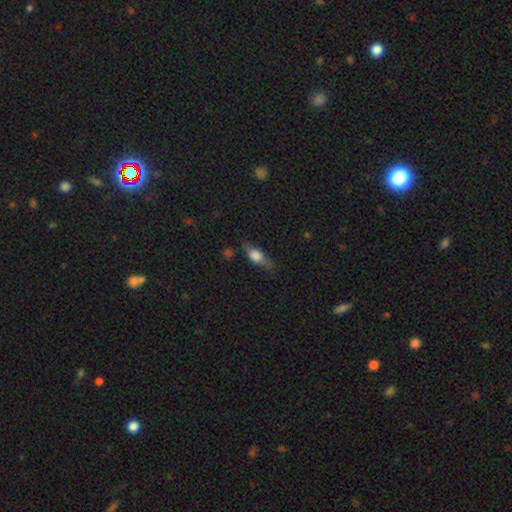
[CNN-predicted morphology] The model was most divided on "smooth or featured": smooth: 59%, featured or disk: 33%, star or artifact: 9%. More confident: merging — none (67%); how rounded — in between (62%).